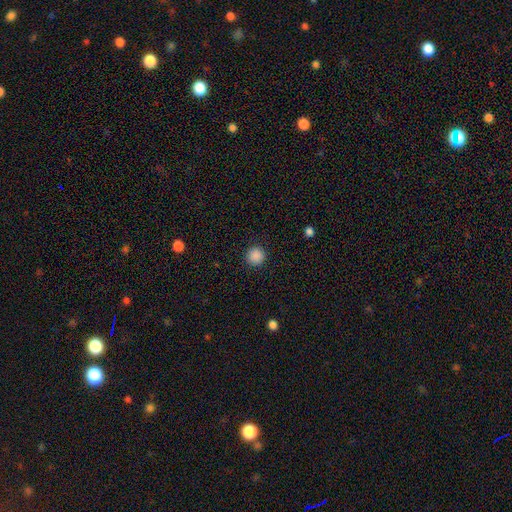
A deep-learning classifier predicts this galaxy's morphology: A smooth galaxy with no disk features (88%) that is round (95%). Merging: none (92%).